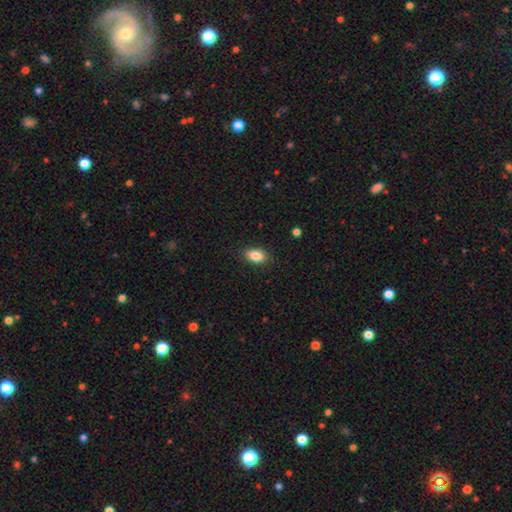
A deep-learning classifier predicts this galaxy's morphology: The model was most divided on "merging": none: 84%, minor disturbance: 12%, major disturbance: 3%, merger: 1%. More confident: how rounded — in between (86%); smooth or featured — smooth (85%).